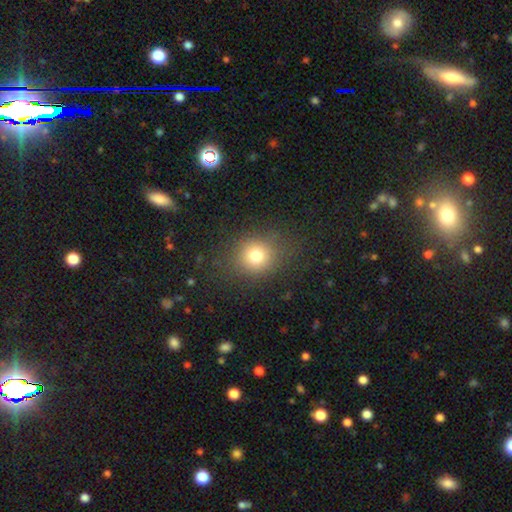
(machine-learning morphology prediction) smooth_or_featured: smooth (p=0.77) [alt: star or artifact p=0.15]
how_rounded: round (p=0.81) [alt: in between p=0.18]
merging: none (p=0.83) [alt: minor disturbance p=0.10]